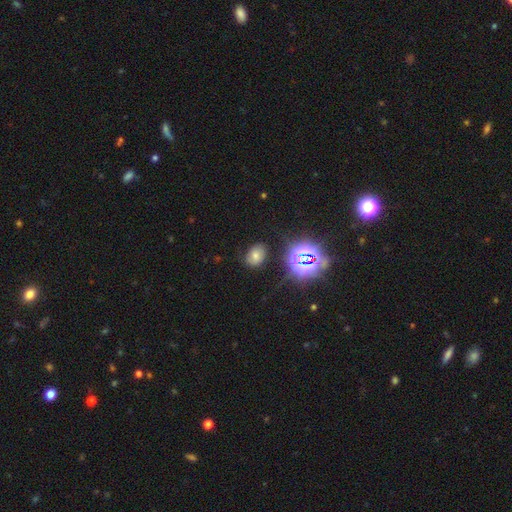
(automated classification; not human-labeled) This is possibly a smooth galaxy (51%). How rounded: likely in between (67%). Merging: likely none (77%).